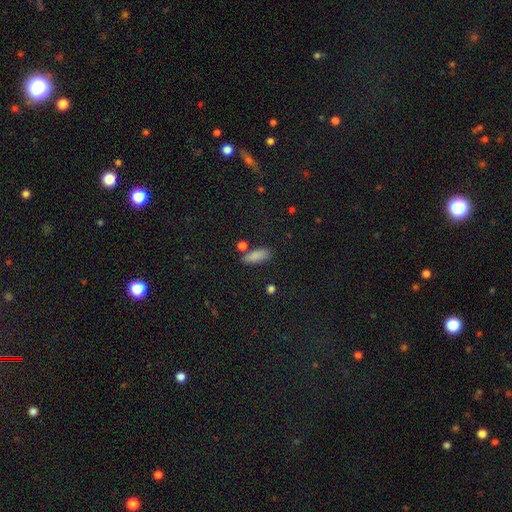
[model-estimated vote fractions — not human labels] Morphology: type=smooth (83%); roundness=in between (73%); merging=none (75%).